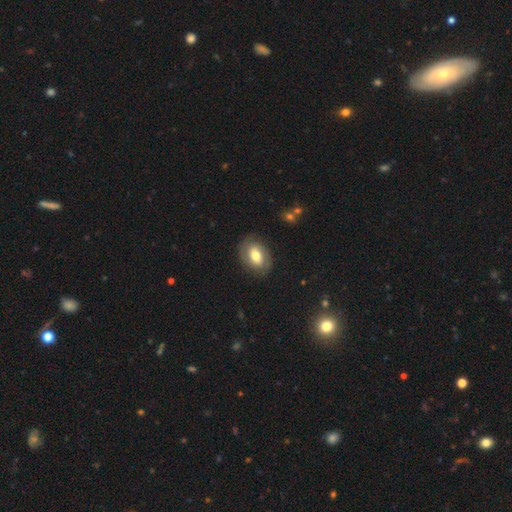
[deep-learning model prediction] This appears to be a smooth galaxy with no disk features (55%) that is in between round and cigar-shaped (81%). Merging: none (81%).